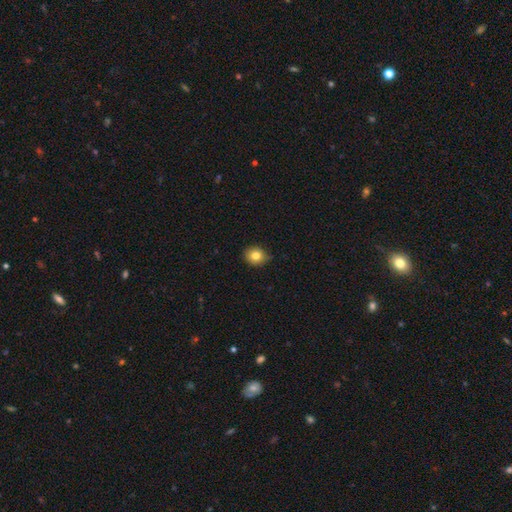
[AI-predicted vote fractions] smooth_or_featured: smooth (p=0.81) [alt: star or artifact p=0.11]
how_rounded: round (p=0.79) [alt: in between p=0.20]
merging: none (p=0.83) [alt: minor disturbance p=0.14]